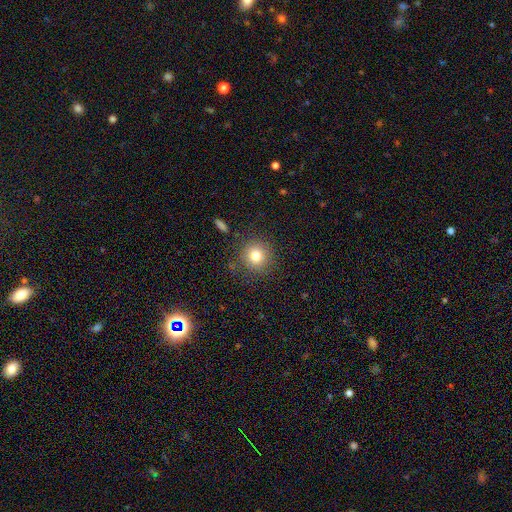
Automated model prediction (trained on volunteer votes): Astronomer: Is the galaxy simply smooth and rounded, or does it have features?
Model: smooth — 79%.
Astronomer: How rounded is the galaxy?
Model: round — 92%.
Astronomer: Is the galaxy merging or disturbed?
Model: none — 86%.